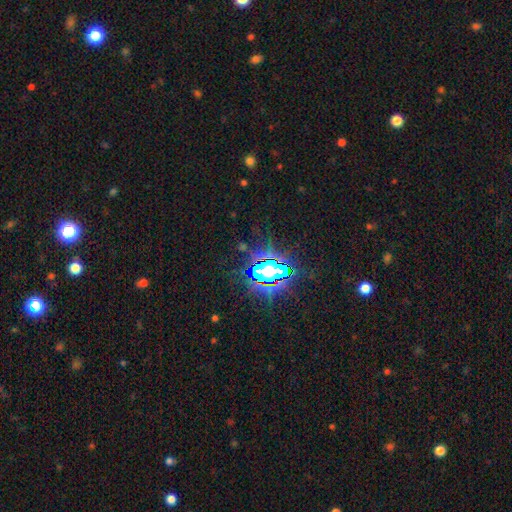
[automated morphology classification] The model was most divided on "smooth or featured": star or artifact: 82%, smooth: 11%, featured or disk: 7%.